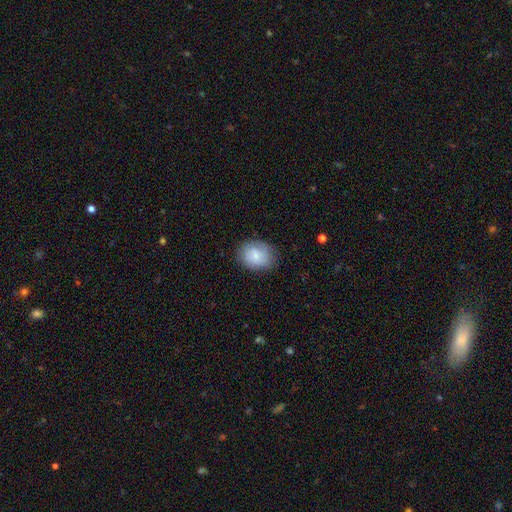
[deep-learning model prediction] Smooth or featured? Predicted: smooth (p=0.77). How rounded? Predicted: in between (p=0.56). Merging? Predicted: none (p=0.77).